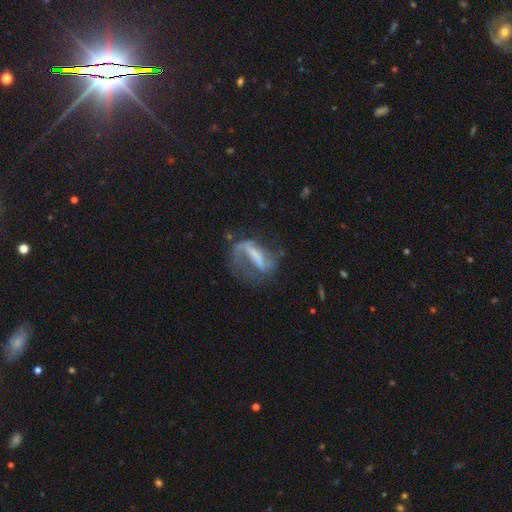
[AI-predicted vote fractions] Smooth or featured?
  - featured or disk: 74% *
  - smooth: 17%
  - star or artifact: 9%
Edge-on disk?
  - no: 92% *
  - yes: 8%
Bar?
  - strong: 60% *
  - weak: 25%
  - no: 15%
Spiral arms?
  - yes: 77% *
  - no: 23%
Spiral winding?
  - loose: 49% *
  - medium: 35%
  - tight: 16%
Spiral arm count?
  - 2: 62% *
  - 1: 24%
  - can't tell: 10%
  - 3: 2%
  - 4: 1%
  - more than 4: 1%
Bulge size?
  - none: 47% *
  - small: 24%
  - moderate: 19%
  - large: 8%
  - dominant: 2%
Merging?
  - none: 42% *
  - major disturbance: 34%
  - minor disturbance: 19%
  - merger: 4%